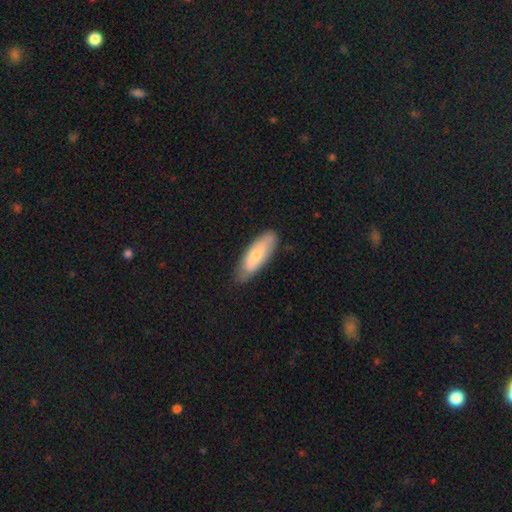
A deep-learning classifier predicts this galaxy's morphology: A smooth galaxy with no disk features (69%) that is in between round and cigar-shaped (64%).

Vote fractions:
- Smooth or featured? smooth: 69% / featured or disk: 26% / star or artifact: 5%
- How rounded? in between: 64% / cigar-shaped: 34% / round: 2%
- Merging? none: 74% / minor disturbance: 20% / major disturbance: 4% / merger: 1%